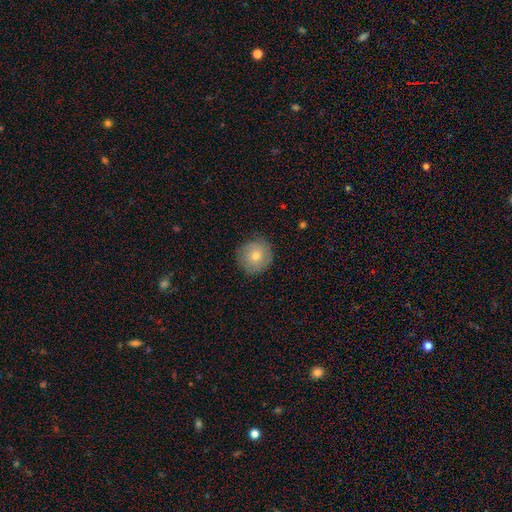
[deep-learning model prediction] smooth 65%, featured or disk 26%, star or artifact 9%. Down the decision tree: how rounded — round (92%); merging — none (85%).